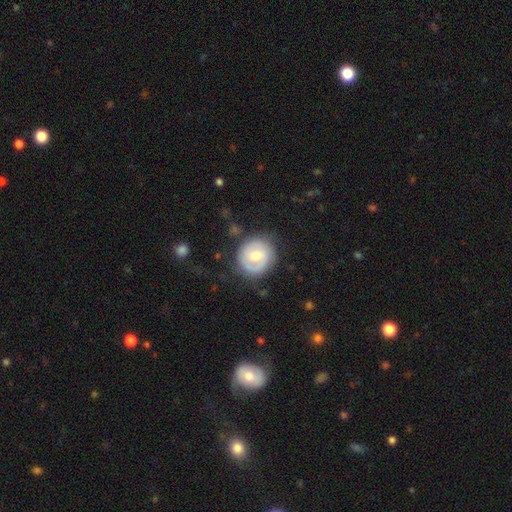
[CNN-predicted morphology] Overall: featured or disk (51%; smooth 43%). Edge-on disk: no (97%). Merging: none (75%).